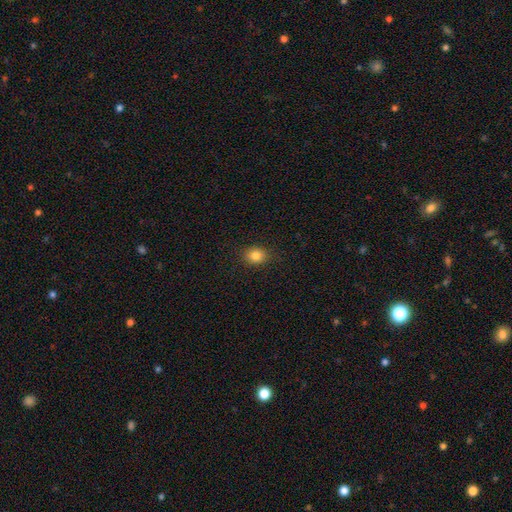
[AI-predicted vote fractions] smooth_or_featured: smooth (p=0.84) [alt: star or artifact p=0.10]
how_rounded: round (p=0.53) [alt: in between p=0.45]
merging: none (p=0.88) [alt: minor disturbance p=0.09]